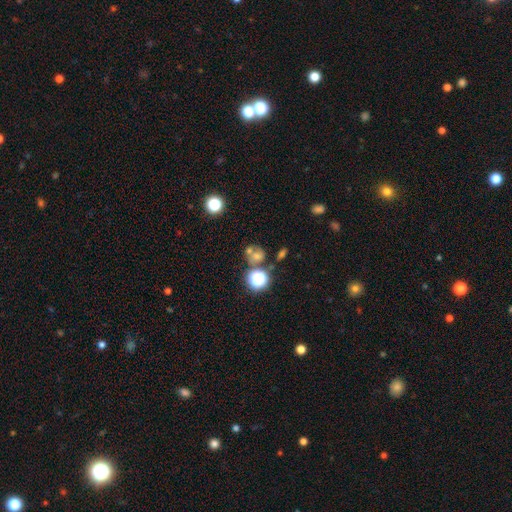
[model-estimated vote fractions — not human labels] This appears to be a smooth galaxy with no disk features (55%) that is round (73%). Merging: none (44%).